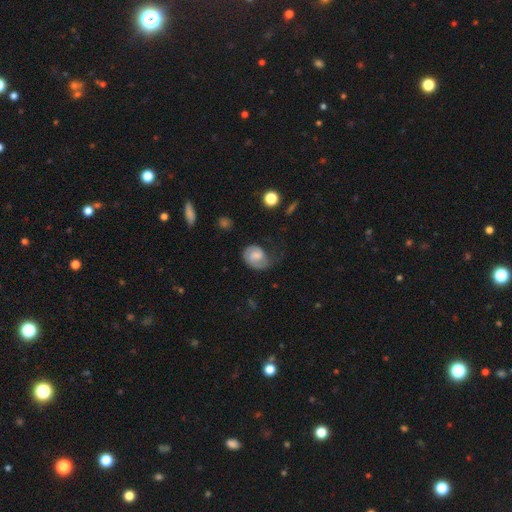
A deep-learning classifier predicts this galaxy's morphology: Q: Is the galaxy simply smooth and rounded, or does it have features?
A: smooth — 49%.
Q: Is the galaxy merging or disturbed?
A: none — 38%.